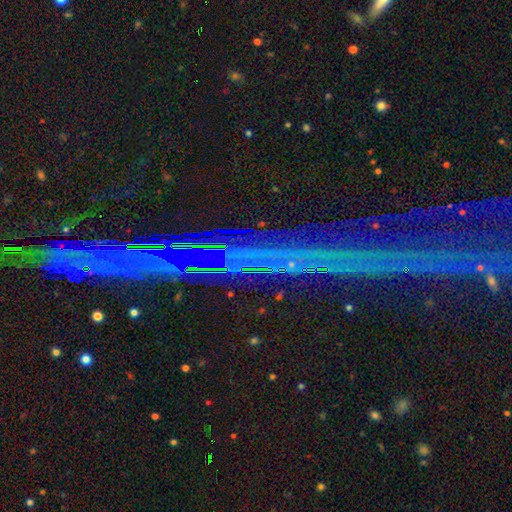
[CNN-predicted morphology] Overall: star or artifact (84%).